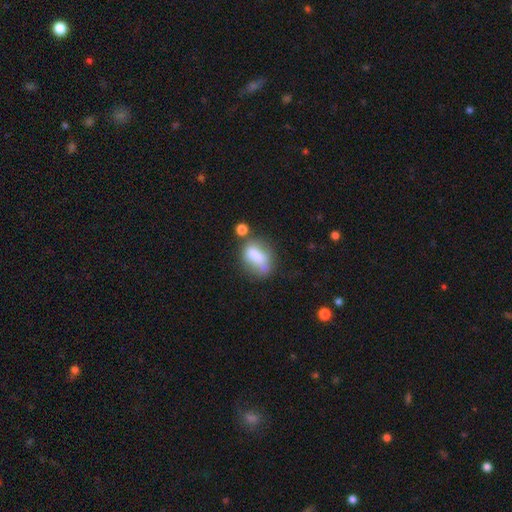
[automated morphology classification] Smooth or featured? smooth (66%)
How rounded? in between (76%)
Merging? none (33%)